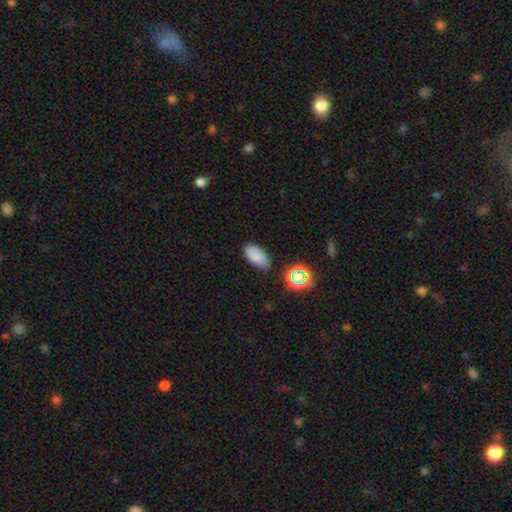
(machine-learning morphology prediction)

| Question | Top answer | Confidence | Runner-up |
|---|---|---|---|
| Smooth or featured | smooth | 80% | star or artifact (13%) |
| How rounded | in between | 91% | cigar-shaped (4%) |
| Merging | none | 80% | minor disturbance (14%) |